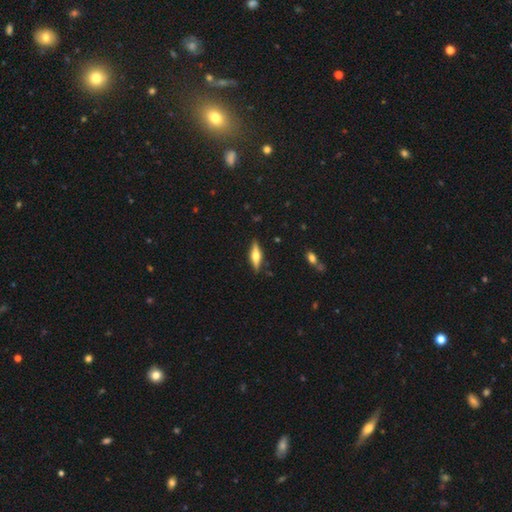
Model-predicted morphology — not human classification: A featured or disk galaxy (57%) viewed edge-on (95%) with a rounded central bulge (90%).

Vote fractions:
- Smooth or featured? featured or disk: 57% / smooth: 37% / star or artifact: 6%
- Edge-on disk? yes: 95% / no: 5%
- Edge-on bulge? rounded: 90% / boxy: 8% / none: 3%
- Merging? none: 87% / minor disturbance: 9% / major disturbance: 2% / merger: 1%